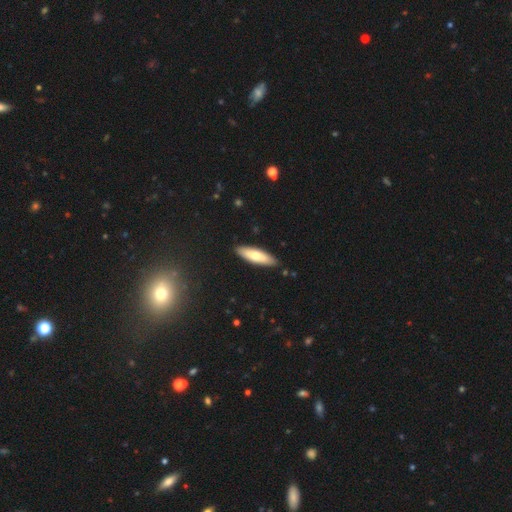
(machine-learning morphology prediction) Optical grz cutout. It shows a smooth galaxy with no disk features (66%) that is cigar-shaped (54%). Merging: none (89%).